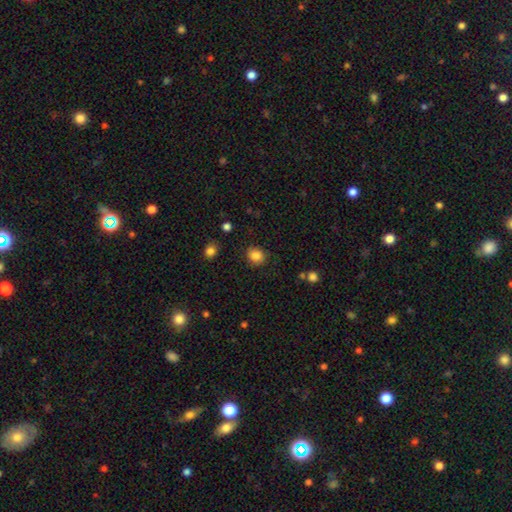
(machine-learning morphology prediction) The model was most divided on "how rounded": round: 67%, in between: 32%, cigar-shaped: 1%. More confident: smooth or featured — smooth (85%); merging — none (85%).